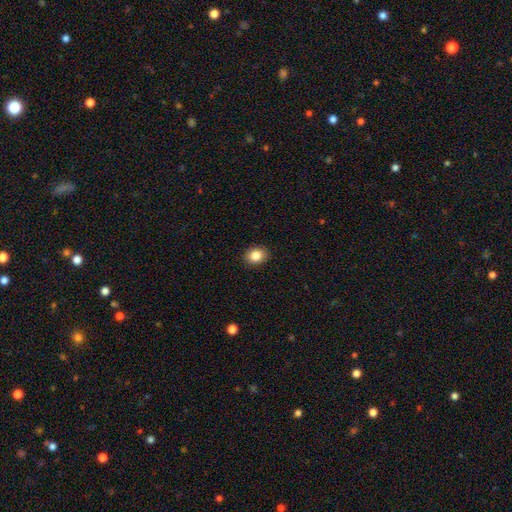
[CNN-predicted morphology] This is clearly a smooth galaxy (85%). How rounded: possibly round (52%). Merging: clearly none (90%).